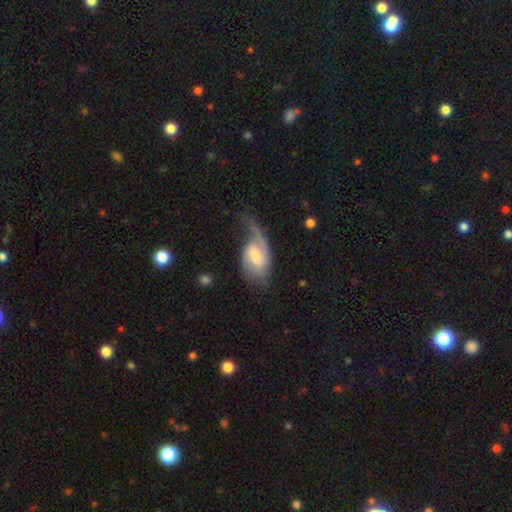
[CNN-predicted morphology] A featured or disk galaxy (72%) with a weak bar (52%), 1 (45%, tied with 2) loose (47%) spiral arms (92%) and a moderate central bulge (40%).

Vote fractions:
- Smooth or featured? featured or disk: 72% / smooth: 23% / star or artifact: 5%
- Edge-on disk? no: 96% / yes: 4%
- Bar? weak: 52% / no: 33% / strong: 15%
- Spiral arms? yes: 92% / no: 8%
- Spiral winding? loose: 47% / medium: 38% / tight: 15%
- Spiral arm count? 1: 45% (tied) / 2: 45% (tied) / can't tell: 6% / 3: 2% / 4: 1% / more than 4: 1%
- Bulge size? moderate: 40% / small: 28% / large: 16% / none: 13% / dominant: 3%
- Merging? major disturbance: 39% / none: 32% / minor disturbance: 26% / merger: 3%